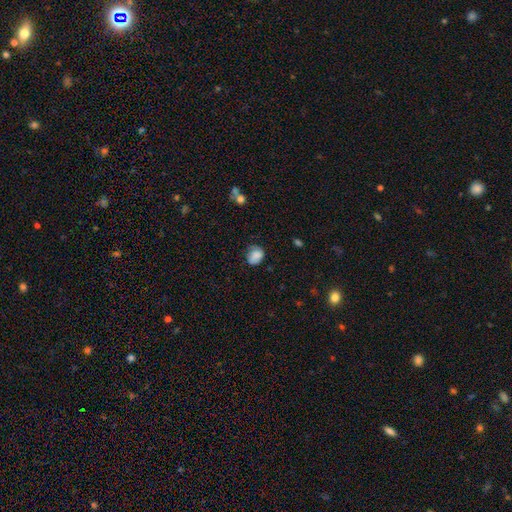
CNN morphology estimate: A smooth galaxy with no disk features (79%) that is round (50%).

Vote fractions:
- Smooth or featured? smooth: 79% / featured or disk: 12% / star or artifact: 9%
- How rounded? round: 50% / in between: 49% / cigar-shaped: 1%
- Merging? none: 57% / minor disturbance: 31% / major disturbance: 9% / merger: 2%